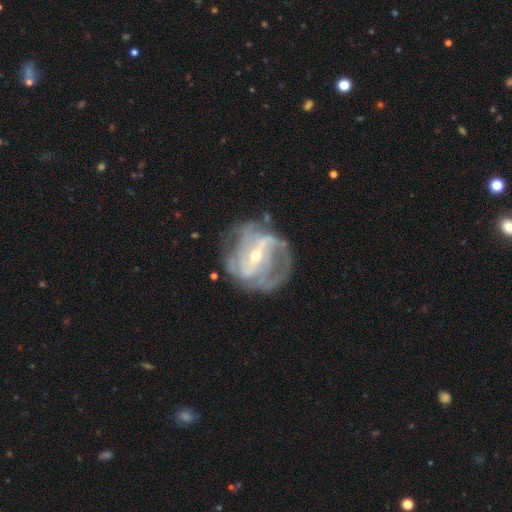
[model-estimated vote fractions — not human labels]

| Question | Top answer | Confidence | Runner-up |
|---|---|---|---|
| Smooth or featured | featured or disk | 86% | smooth (7%) |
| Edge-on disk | no | 97% | yes (3%) |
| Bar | strong | 47% | weak (37%) |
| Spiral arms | yes | 88% | no (12%) |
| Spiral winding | medium | 42% | tight (38%) |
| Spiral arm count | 2 | 35% | can't tell (30%) |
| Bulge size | small | 61% | moderate (35%) |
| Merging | none | 57% | minor disturbance (21%) |